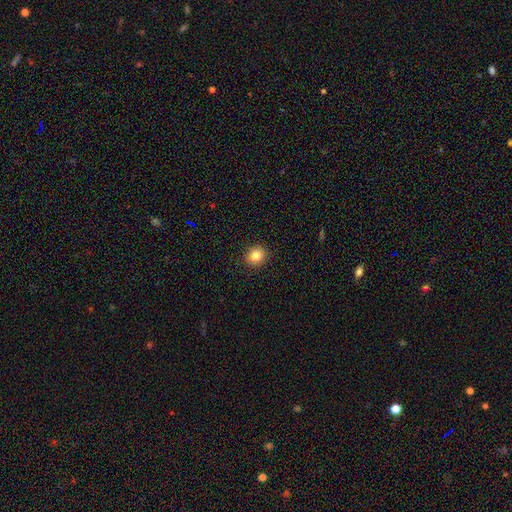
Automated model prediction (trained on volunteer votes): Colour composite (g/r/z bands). It shows a smooth galaxy with no disk features (82%) that is round (79%). Merging: none (92%).